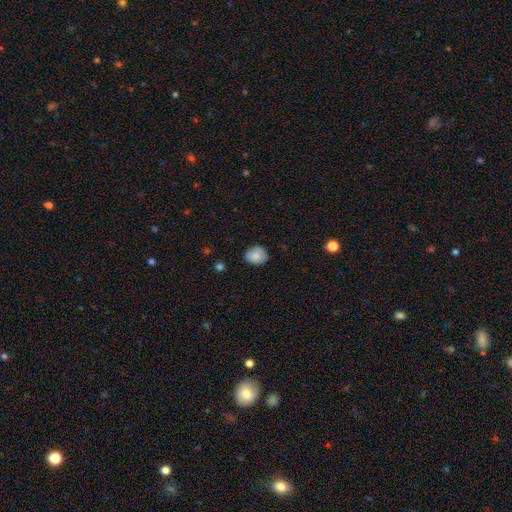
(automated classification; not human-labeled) Smooth or featured? Predicted: smooth (p=0.82). How rounded? Predicted: round (p=0.64). Merging? Predicted: none (p=0.80).